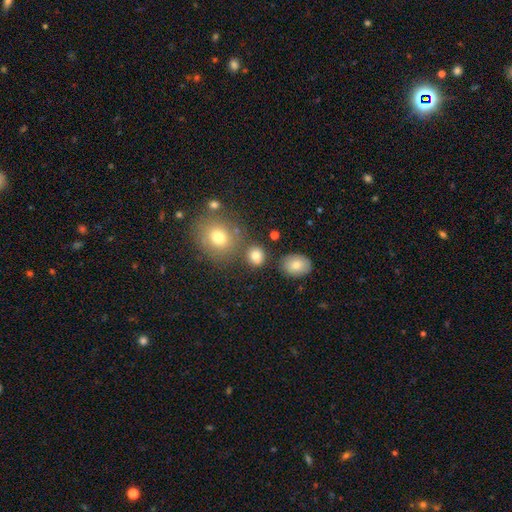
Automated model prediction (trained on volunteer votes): This is clearly a smooth galaxy (80%). How rounded: likely round (76%). Merging: likely none (77%).